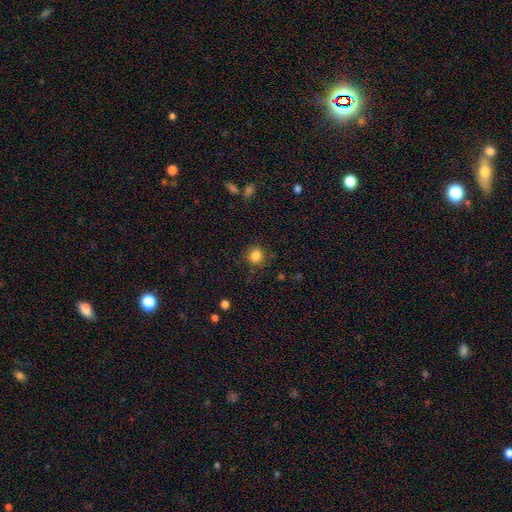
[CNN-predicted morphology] Smooth or featured? smooth (84%)
How rounded? round (84%)
Merging? none (83%)